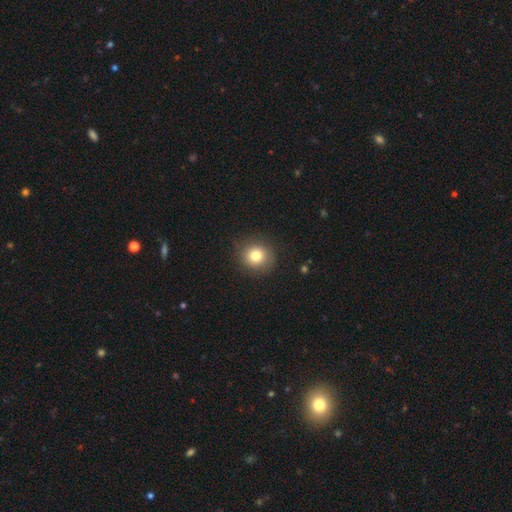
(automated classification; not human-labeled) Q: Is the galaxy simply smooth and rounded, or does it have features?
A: smooth — 79%.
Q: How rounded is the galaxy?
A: round — 91%.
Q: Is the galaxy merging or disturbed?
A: none — 88%.